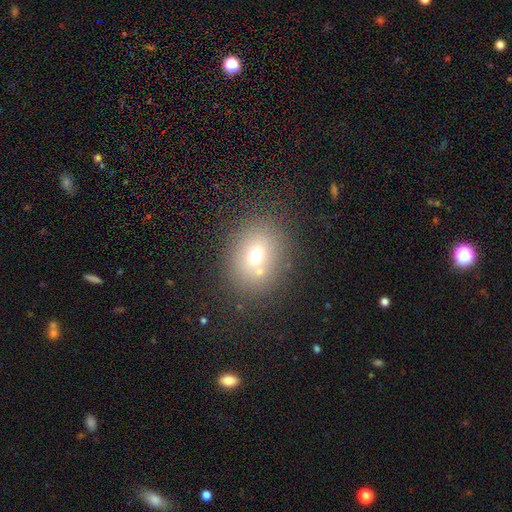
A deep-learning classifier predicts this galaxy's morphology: A smooth galaxy with no disk features (66%) that is round (66%). Merging: none (71%).